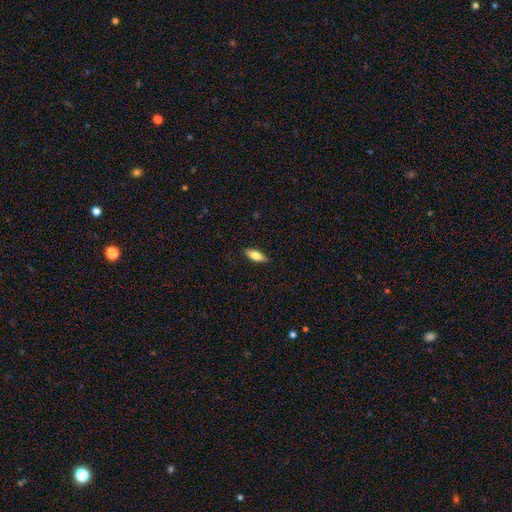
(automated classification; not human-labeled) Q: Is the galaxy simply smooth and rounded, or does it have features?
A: smooth — 65%.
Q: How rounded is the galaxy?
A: in between — 64%.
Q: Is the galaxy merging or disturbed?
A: none — 88%.